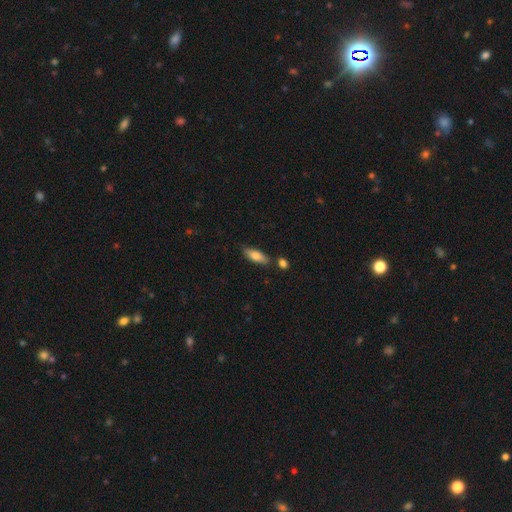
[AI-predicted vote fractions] smooth-or-featured: smooth: 70% | featured or disk: 24% | star or artifact: 6%
  how-rounded: in between: 61% | cigar-shaped: 37% | round: 2%
  merging: none: 75% | minor disturbance: 14% | merger: 8% | major disturbance: 3%